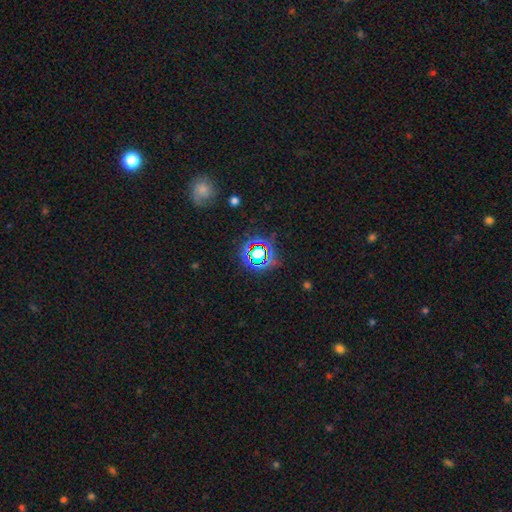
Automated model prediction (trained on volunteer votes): Smooth or featured? star or artifact (73%)